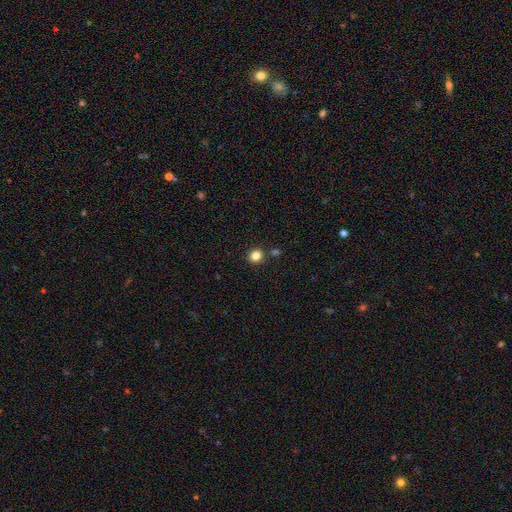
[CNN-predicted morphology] Smooth or featured? Predicted: smooth (p=0.83). How rounded? Predicted: round (p=0.82). Merging? Predicted: none (p=0.83).